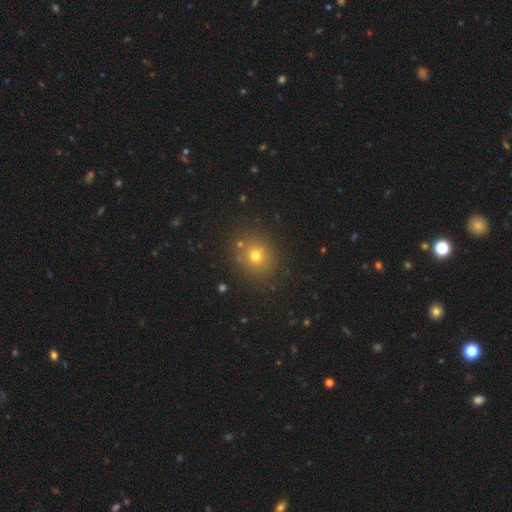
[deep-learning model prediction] This appears to be a smooth galaxy with no disk features (69%) that is round (82%). Merging: none (84%).